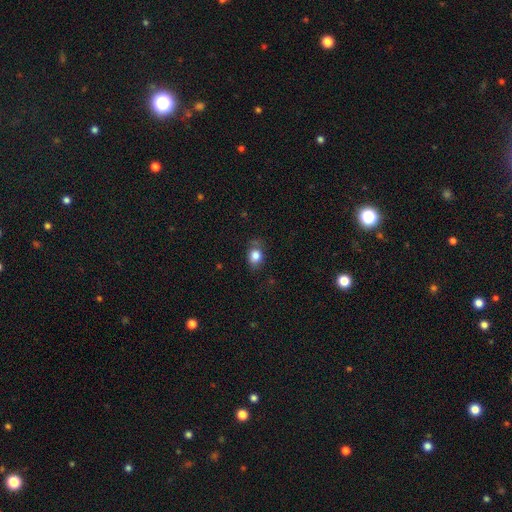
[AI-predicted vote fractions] Overall: smooth (81%). How rounded: in between (52%; round 47%). Merging: none (69%).